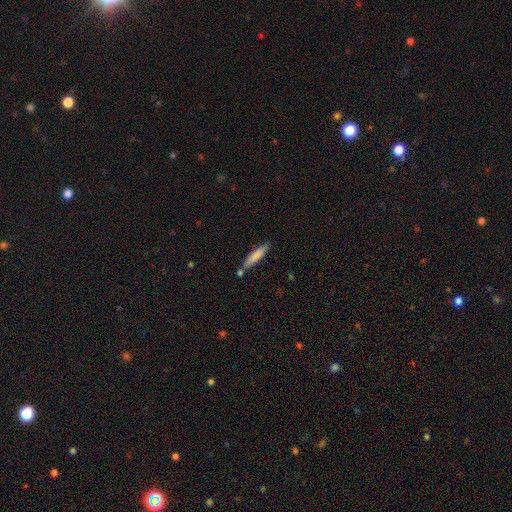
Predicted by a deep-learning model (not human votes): Q: Smooth or featured?
A: smooth (77%); runner-up: featured or disk (17%)
Q: How rounded?
A: cigar-shaped (86%); runner-up: in between (13%)
Q: Merging?
A: none (70%); runner-up: minor disturbance (15%)